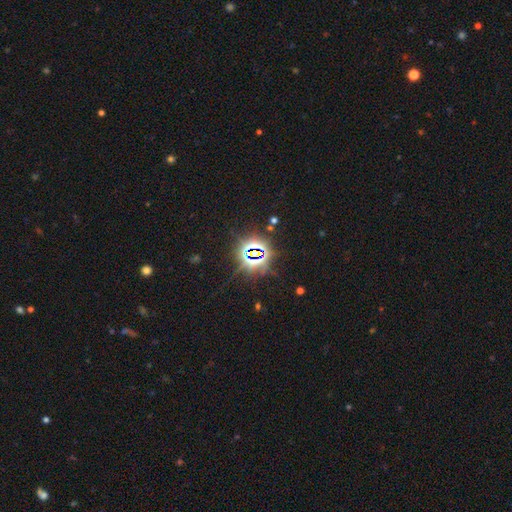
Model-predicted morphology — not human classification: Smooth or featured?
  - star or artifact: 81% *
  - smooth: 11%
  - featured or disk: 7%